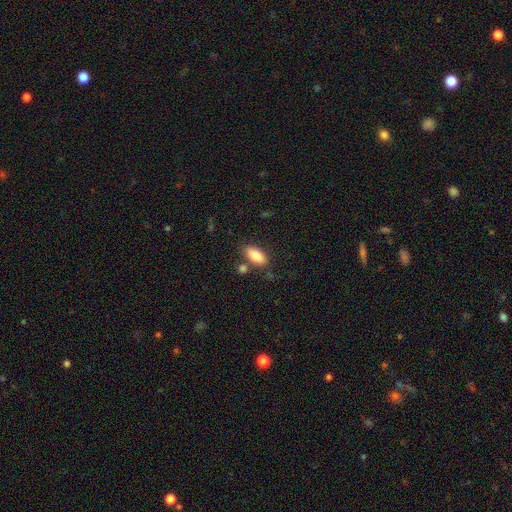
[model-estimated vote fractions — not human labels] Overall: smooth (85%). How rounded: in between (88%). Merging: none (73%).